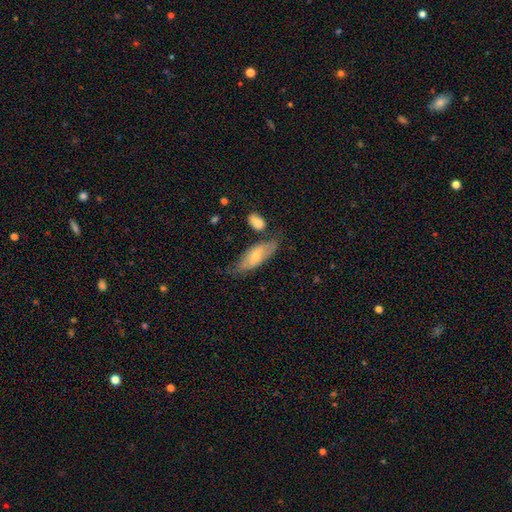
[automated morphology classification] A smooth galaxy with no disk features (59%) that is in between round and cigar-shaped (69%).

Vote fractions:
- Smooth or featured? smooth: 59% / featured or disk: 35% / star or artifact: 6%
- How rounded? in between: 69% / cigar-shaped: 28% / round: 3%
- Merging? none: 55% / minor disturbance: 25% / merger: 11% / major disturbance: 8%